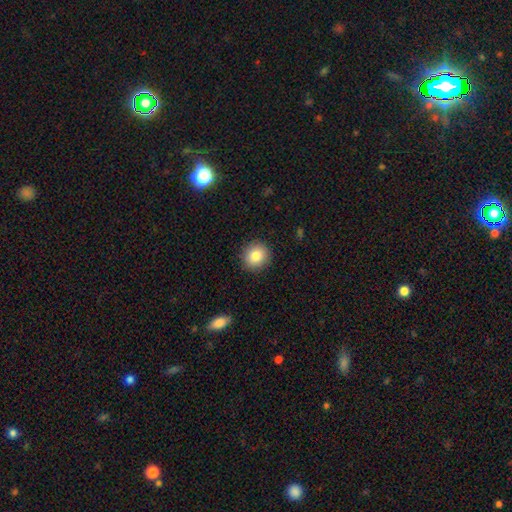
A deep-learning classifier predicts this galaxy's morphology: A smooth galaxy with no disk features (83%) that is round (91%). Merging: none (91%).